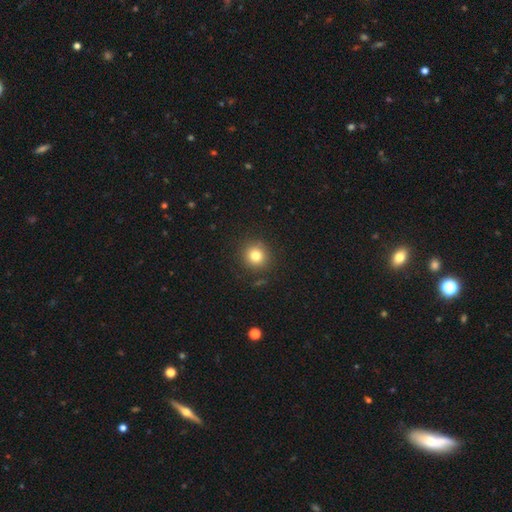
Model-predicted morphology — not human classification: Smooth or featured?
  - smooth: 80% *
  - star or artifact: 13%
  - featured or disk: 7%
How rounded?
  - round: 92% *
  - in between: 7%
  - cigar-shaped: 1%
Merging?
  - none: 89% *
  - minor disturbance: 7%
  - major disturbance: 3%
  - merger: 2%